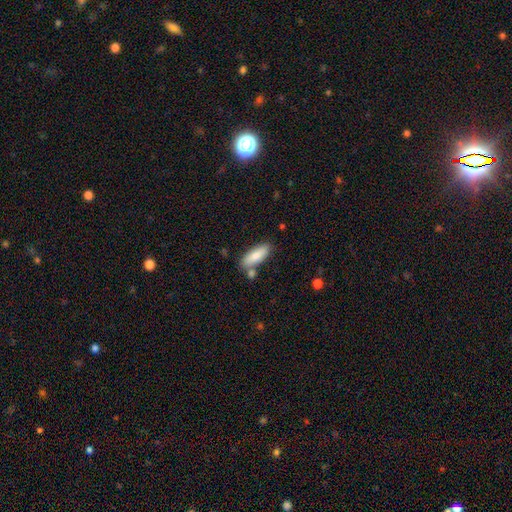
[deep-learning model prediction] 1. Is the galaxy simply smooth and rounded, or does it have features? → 81% smooth, 13% featured or disk, 6% star or artifact.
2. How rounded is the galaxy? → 65% in between, 33% cigar-shaped, 2% round.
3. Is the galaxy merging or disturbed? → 73% none, 14% minor disturbance, 10% merger, 3% major disturbance.